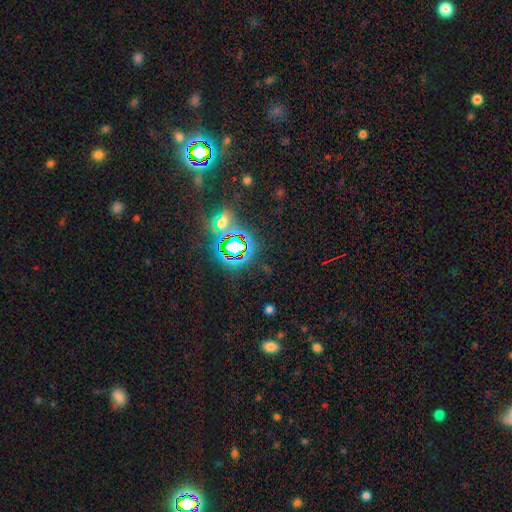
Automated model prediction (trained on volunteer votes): The model was most divided on "smooth or featured": star or artifact: 78%, smooth: 13%, featured or disk: 9%.